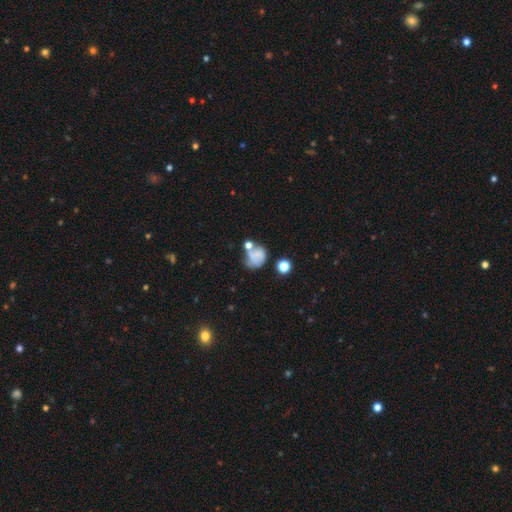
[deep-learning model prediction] smooth-or-featured: smooth: 54% | featured or disk: 32% | star or artifact: 14%
  how-rounded: round: 59% | in between: 40% | cigar-shaped: 1%
  merging: none: 31% | merger: 25% | major disturbance: 22% | minor disturbance: 21%